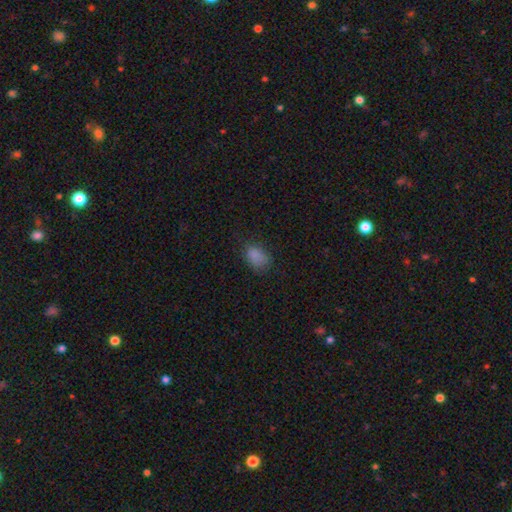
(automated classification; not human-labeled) smooth 82%, star or artifact 12%, featured or disk 5%. Down the decision tree: how rounded — in between (82%); merging — none (67%).